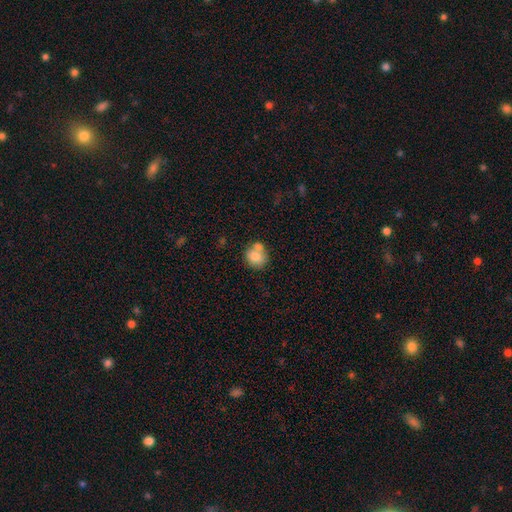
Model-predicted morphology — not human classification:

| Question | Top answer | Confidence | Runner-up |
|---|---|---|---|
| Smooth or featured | smooth | 79% | featured or disk (13%) |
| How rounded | round | 72% | in between (27%) |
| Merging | none | 46% | merger (36%) |